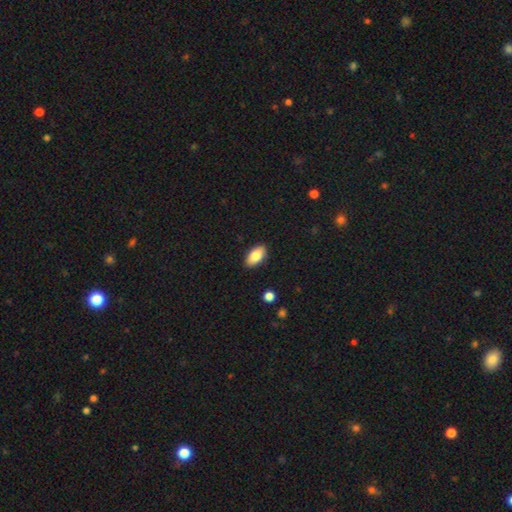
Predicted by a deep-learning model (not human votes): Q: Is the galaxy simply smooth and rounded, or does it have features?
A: smooth — 81%.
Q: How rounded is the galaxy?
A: in between — 93%.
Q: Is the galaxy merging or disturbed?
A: none — 88%.